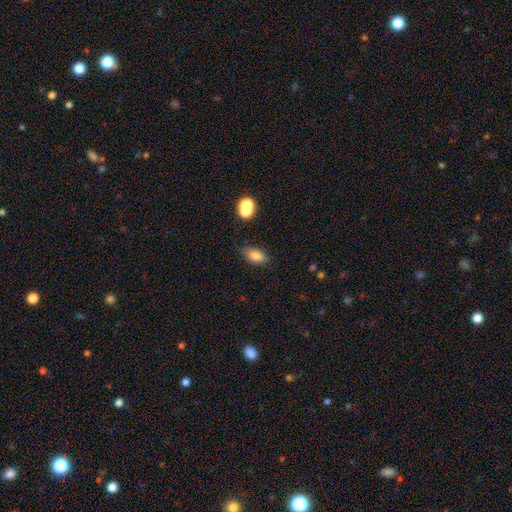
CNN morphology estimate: A smooth galaxy with no disk features (81%) that is in between round and cigar-shaped (87%). Merging: none (76%).